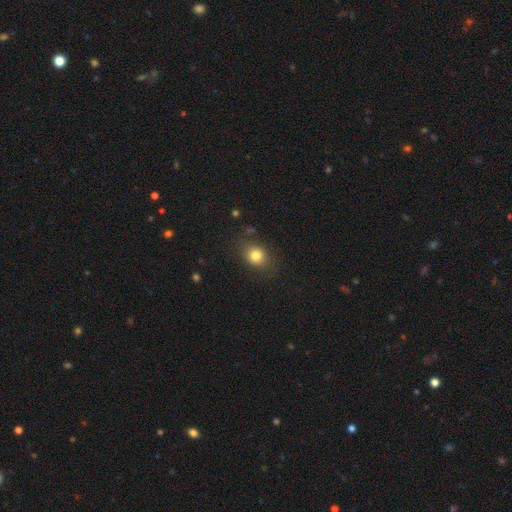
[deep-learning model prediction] This is clearly a smooth galaxy (81%). How rounded: possibly round (59%). Merging: likely none (78%).